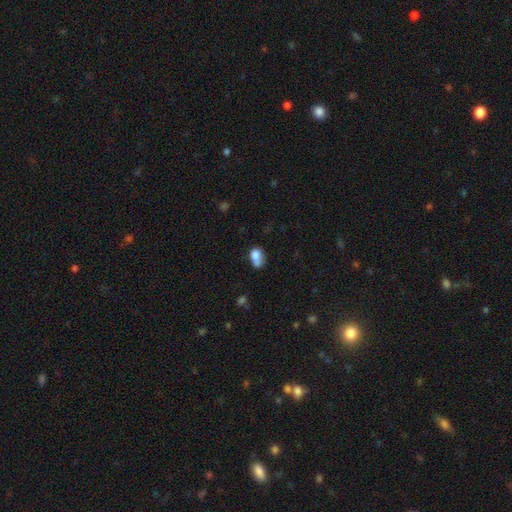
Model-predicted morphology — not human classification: type=smooth (75%); roundness=in between (65%); merging=merger (38%).